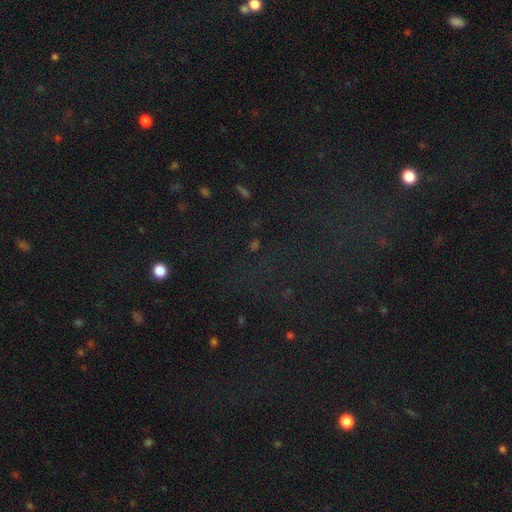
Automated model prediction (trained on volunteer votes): A star or artifact, not a galaxy (71%).

Vote fractions:
- Smooth or featured? star or artifact: 71% / smooth: 18% / featured or disk: 11%